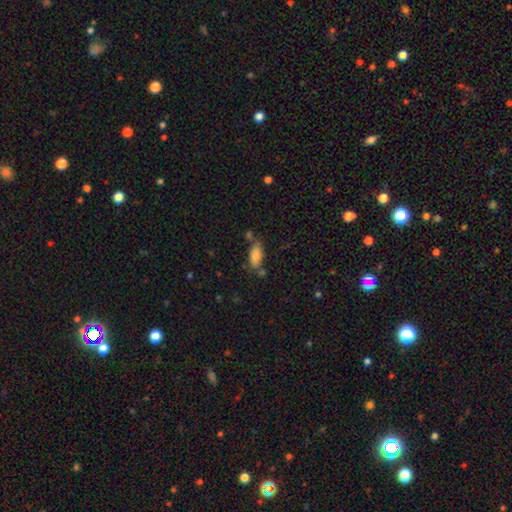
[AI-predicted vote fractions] Morphology: type=smooth (79%); roundness=in between (85%); merging=none (62%).